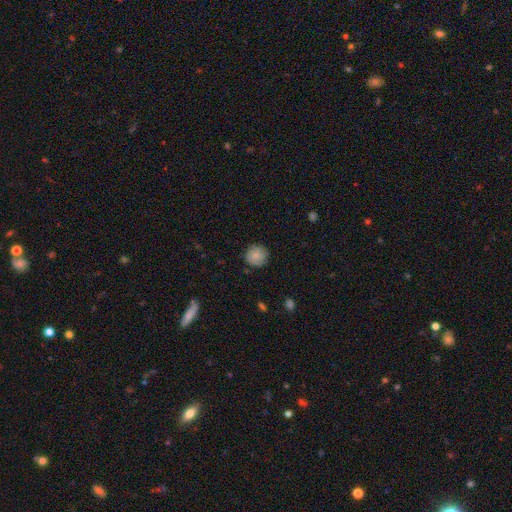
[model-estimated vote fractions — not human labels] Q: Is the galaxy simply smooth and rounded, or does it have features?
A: smooth — 86%.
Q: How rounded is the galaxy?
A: round — 93%.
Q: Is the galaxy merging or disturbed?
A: none — 86%.